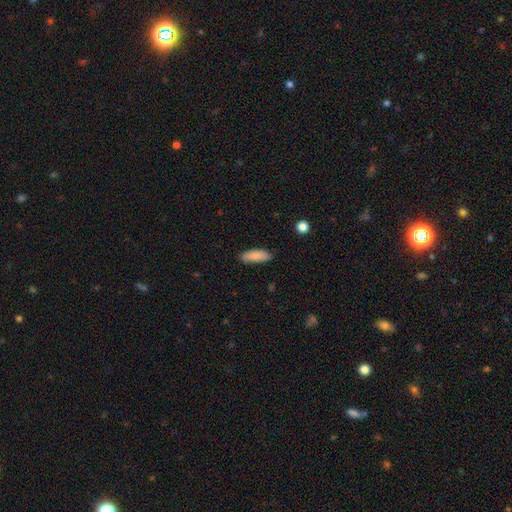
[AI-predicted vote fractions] Smooth or featured? Predicted: smooth (p=0.88). How rounded? Predicted: in between (p=0.62). Merging? Predicted: none (p=0.84).